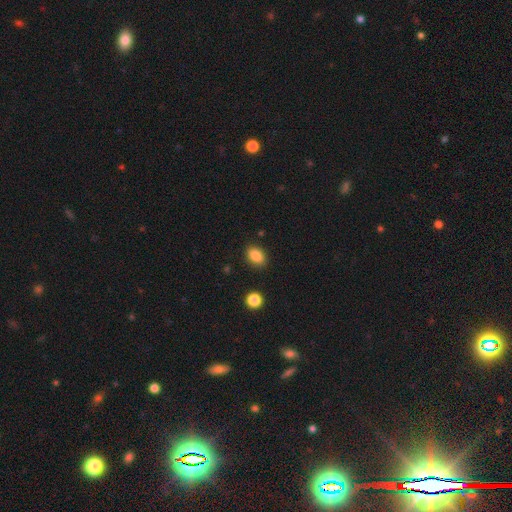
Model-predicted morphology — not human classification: smooth_or_featured: smooth (p=0.86) [alt: star or artifact p=0.10]
how_rounded: in between (p=0.80) [alt: round p=0.18]
merging: none (p=0.87) [alt: minor disturbance p=0.09]